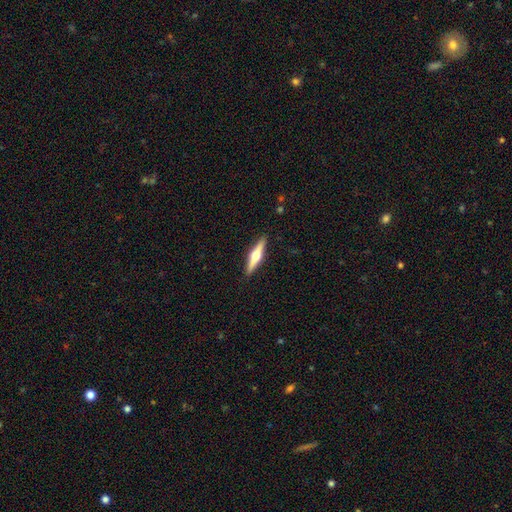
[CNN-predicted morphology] Q: Smooth or featured?
A: featured or disk (64%); runner-up: smooth (30%)
Q: Edge-on disk?
A: yes (97%); runner-up: no (3%)
Q: Edge-on bulge?
A: rounded (94%); runner-up: boxy (3%)
Q: Merging?
A: none (91%); runner-up: minor disturbance (7%)